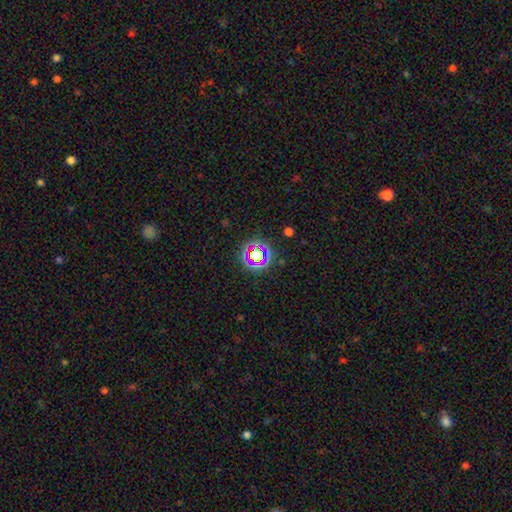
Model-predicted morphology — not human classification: The model was most divided on "smooth or featured": star or artifact: 59%, smooth: 29%, featured or disk: 13%.